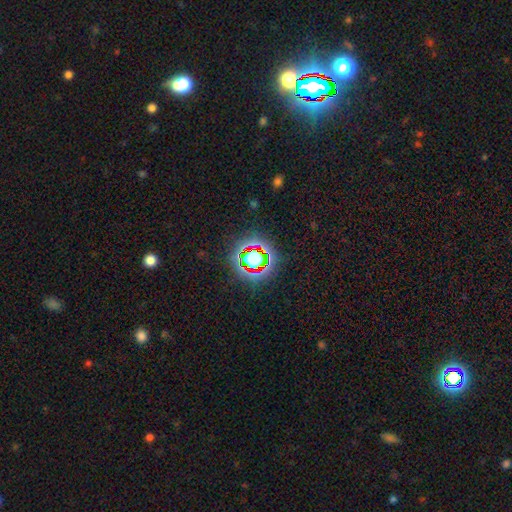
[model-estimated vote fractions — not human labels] smooth_or_featured: star or artifact (p=0.62) [alt: smooth p=0.26]